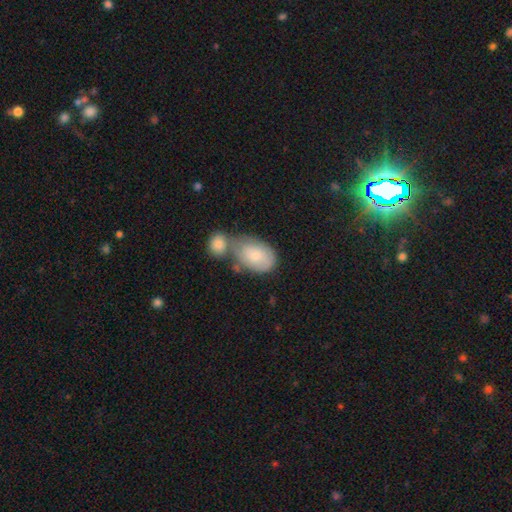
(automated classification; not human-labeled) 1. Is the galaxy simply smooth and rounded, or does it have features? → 74% smooth, 20% featured or disk, 6% star or artifact.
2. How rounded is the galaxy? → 86% in between, 13% round, 1% cigar-shaped.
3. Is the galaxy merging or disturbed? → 47% merger, 30% none, 16% minor disturbance, 7% major disturbance.